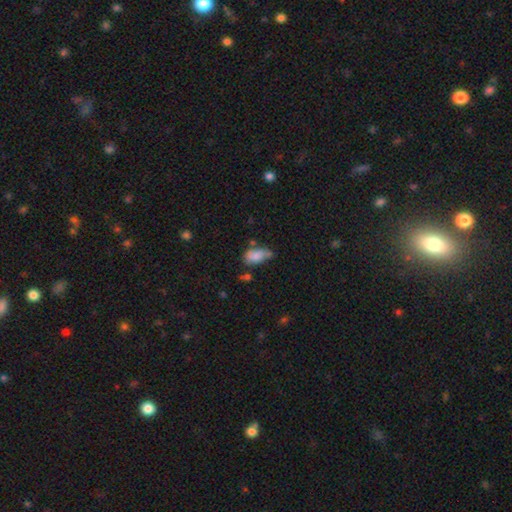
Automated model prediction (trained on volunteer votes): Smooth or featured: smooth — 79% (featured or disk — 12%)
How rounded: in between — 90% (cigar-shaped — 5%)
Merging: none — 40% (minor disturbance — 37%)